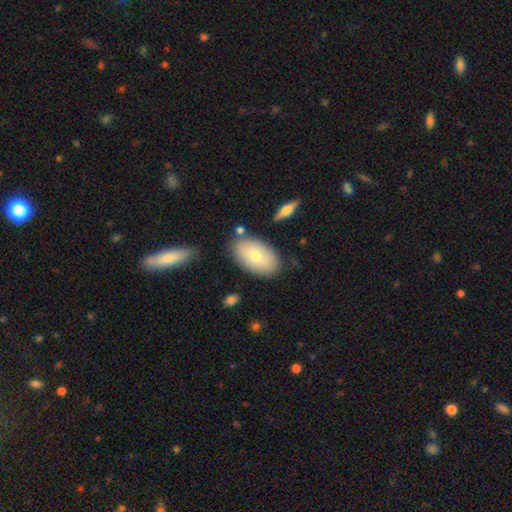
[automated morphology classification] This appears to be a smooth galaxy with no disk features (73%) that is in between round and cigar-shaped (94%). Merging: none (80%).